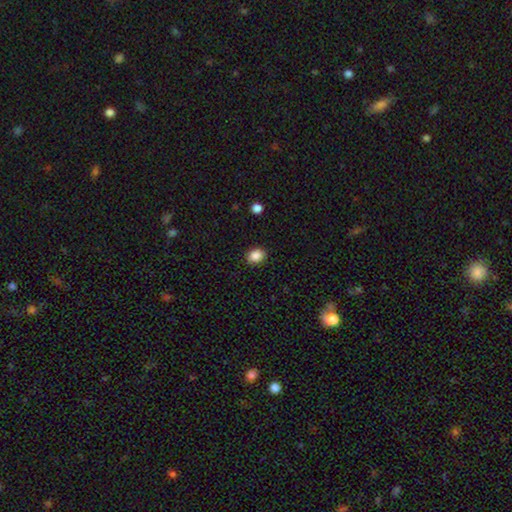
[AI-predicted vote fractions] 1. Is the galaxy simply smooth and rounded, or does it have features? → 87% smooth, 9% star or artifact, 3% featured or disk.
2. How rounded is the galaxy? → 54% in between, 45% round, 1% cigar-shaped.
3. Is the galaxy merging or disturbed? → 89% none, 8% minor disturbance, 2% major disturbance, 1% merger.